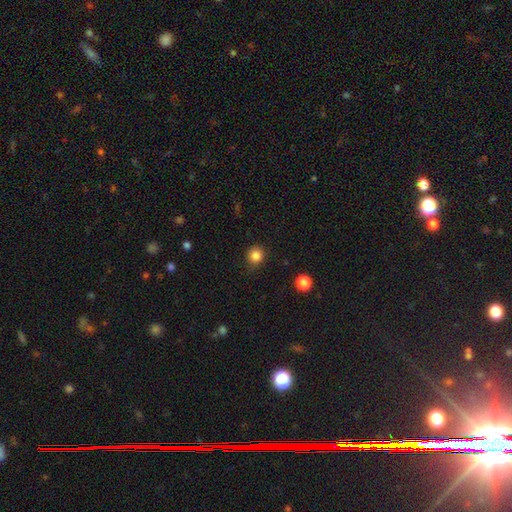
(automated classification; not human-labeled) The model was most divided on "smooth or featured": smooth: 84%, star or artifact: 12%, featured or disk: 4%. More confident: how rounded — round (91%); merging — none (87%).